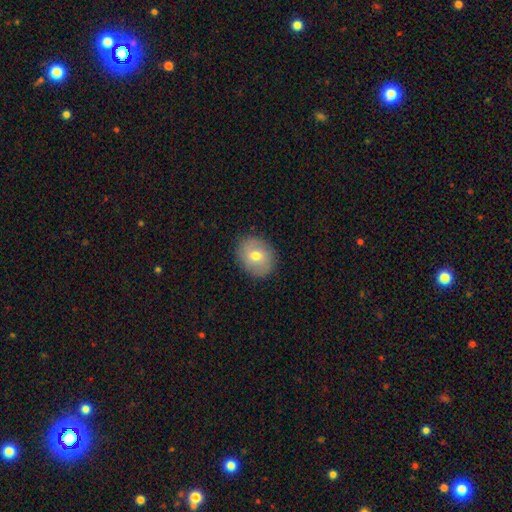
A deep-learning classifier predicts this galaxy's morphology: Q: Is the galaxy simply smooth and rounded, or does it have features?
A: smooth — 68%.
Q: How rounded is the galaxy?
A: round — 55%.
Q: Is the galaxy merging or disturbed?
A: none — 87%.